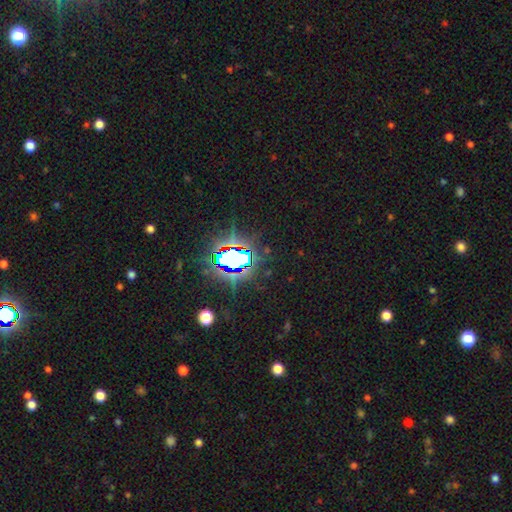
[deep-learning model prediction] smooth_or_featured: star or artifact (p=0.81) [alt: smooth p=0.12]